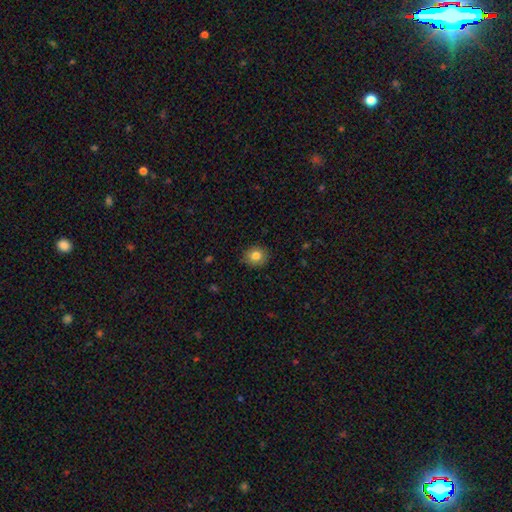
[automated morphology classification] A smooth galaxy with no disk features (82%) that is round (79%). Merging: none (87%).